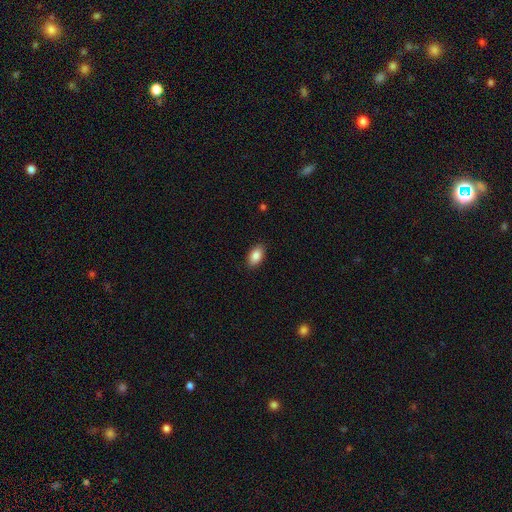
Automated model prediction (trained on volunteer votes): Overall: smooth (87%). How rounded: in between (93%). Merging: none (89%).